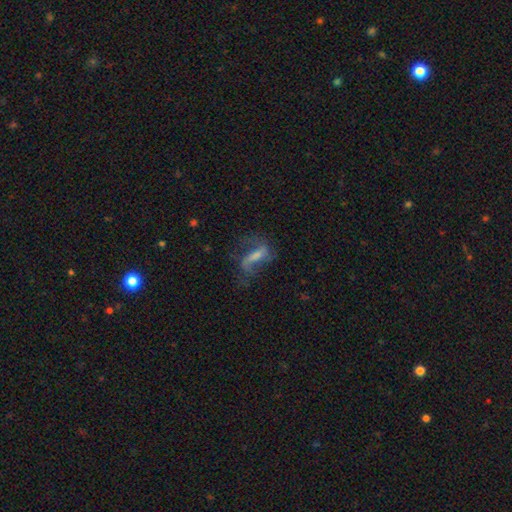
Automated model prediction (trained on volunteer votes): Q: Smooth or featured?
A: featured or disk (65%); runner-up: smooth (24%)
Q: Edge-on disk?
A: no (89%); runner-up: yes (11%)
Q: Bar?
A: weak (38%); runner-up: strong (37%)
Q: Spiral arms?
A: yes (81%); runner-up: no (19%)
Q: Bulge size?
A: small (37%); runner-up: moderate (31%)
Q: Merging?
A: none (49%); runner-up: major disturbance (28%)